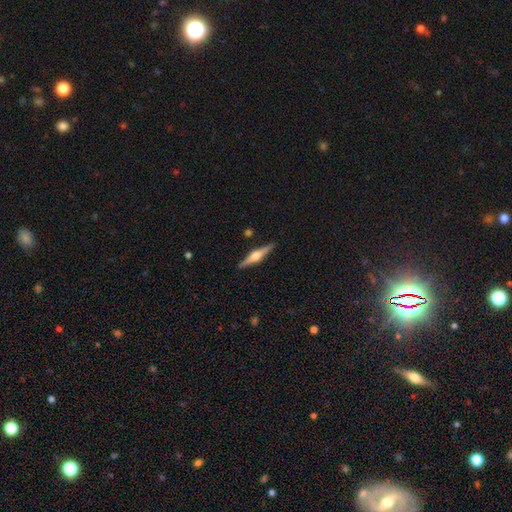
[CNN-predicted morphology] Smooth or featured: featured or disk — 75% (smooth — 20%)
Edge-on disk: yes — 98% (no — 2%)
Edge-on bulge: rounded — 92% (boxy — 6%)
Merging: none — 90% (minor disturbance — 7%)